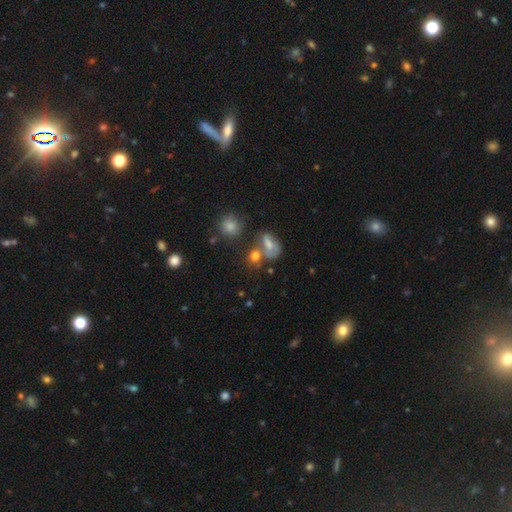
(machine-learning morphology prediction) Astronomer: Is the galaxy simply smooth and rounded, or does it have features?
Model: smooth — 67%.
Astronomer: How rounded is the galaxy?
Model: round — 59% (runner-up: in between, 39%).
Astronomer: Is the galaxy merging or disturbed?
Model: none — 42% (runner-up: merger, 33%).